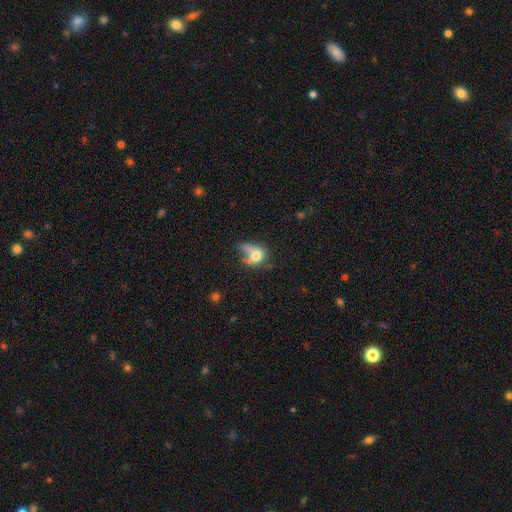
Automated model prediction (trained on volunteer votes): This appears to be a smooth galaxy with no disk features (68%) that is in between round and cigar-shaped (54%). Merging: major disturbance (29%).